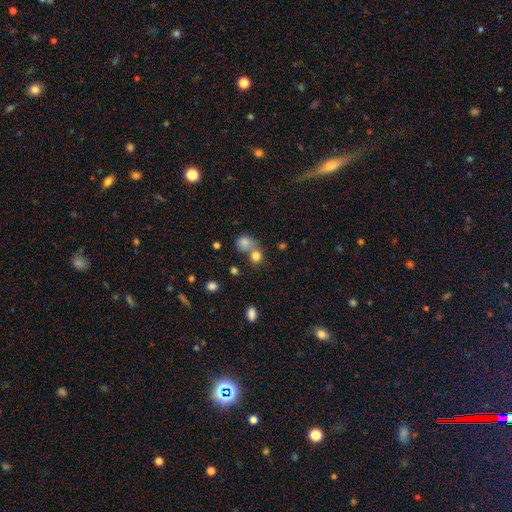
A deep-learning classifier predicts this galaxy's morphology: This appears to be a smooth galaxy with no disk features (79%) that is round (79%). Merging: none (45%).